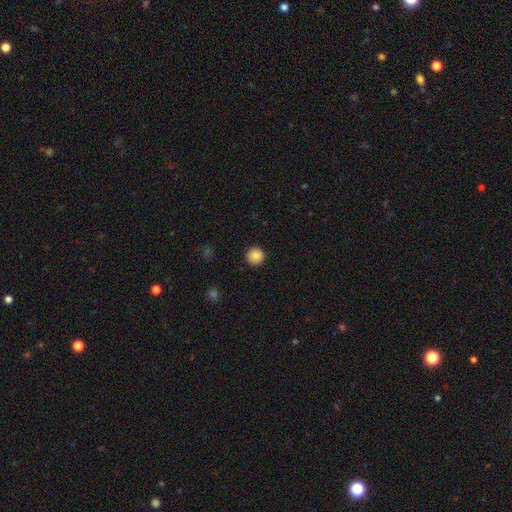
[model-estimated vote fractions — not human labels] A smooth galaxy with no disk features (87%) that is round (95%).

Vote fractions:
- Smooth or featured? smooth: 87% / star or artifact: 9% / featured or disk: 4%
- How rounded? round: 95% / in between: 4% / cigar-shaped: 1%
- Merging? none: 92% / minor disturbance: 5% / major disturbance: 2% / merger: 1%